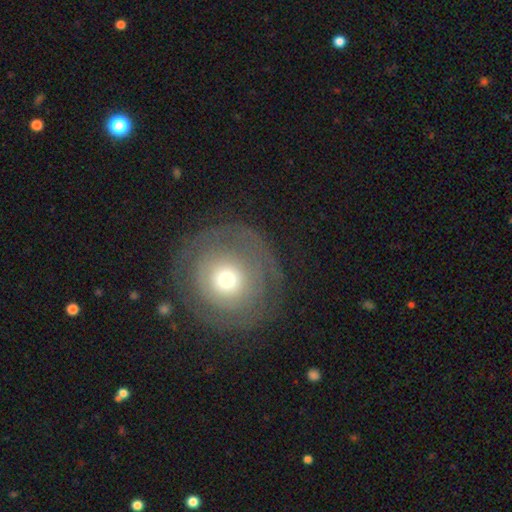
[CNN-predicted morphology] The model was most divided on "smooth or featured": featured or disk: 48%, smooth: 42%, star or artifact: 10%. More confident: merging — none (80%).